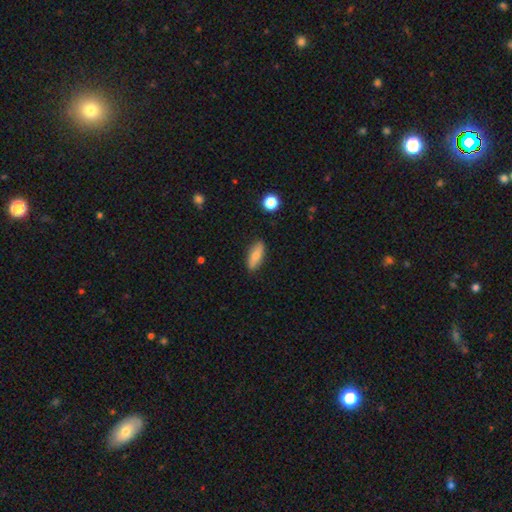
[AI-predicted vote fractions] A smooth galaxy with no disk features (80%) that is in between round and cigar-shaped (69%).

Vote fractions:
- Smooth or featured? smooth: 80% / featured or disk: 13% / star or artifact: 7%
- How rounded? in between: 69% / cigar-shaped: 28% / round: 3%
- Merging? none: 85% / minor disturbance: 11% / major disturbance: 2% / merger: 1%